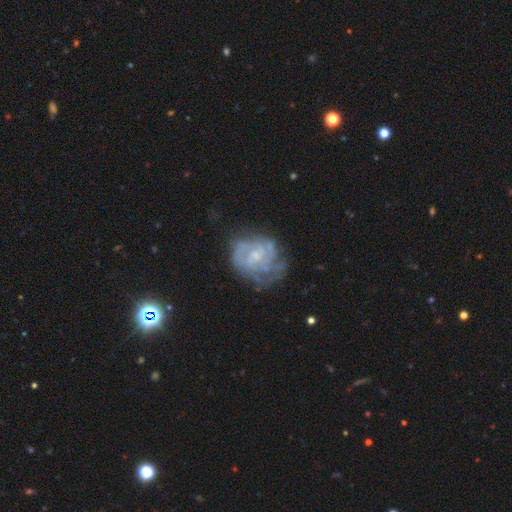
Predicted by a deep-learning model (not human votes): featured or disk 77%, smooth 15%, star or artifact 8%. Down the decision tree: edge-on disk — no (98%); bar — no (61%); spiral arms — yes (84%); spiral arm count — can't tell (47%); spiral winding — tight (57%); bulge size — small (58%); merging — none (58%).